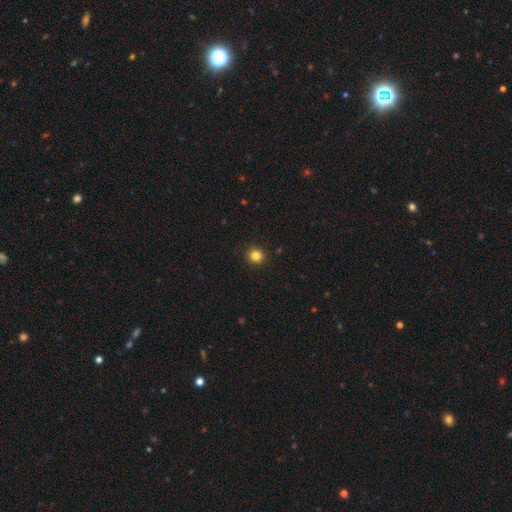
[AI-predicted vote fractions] smooth-or-featured: smooth: 83% | star or artifact: 13% | featured or disk: 5%
  how-rounded: round: 93% | in between: 6% | cigar-shaped: 1%
  merging: none: 92% | minor disturbance: 5% | major disturbance: 2% | merger: 1%